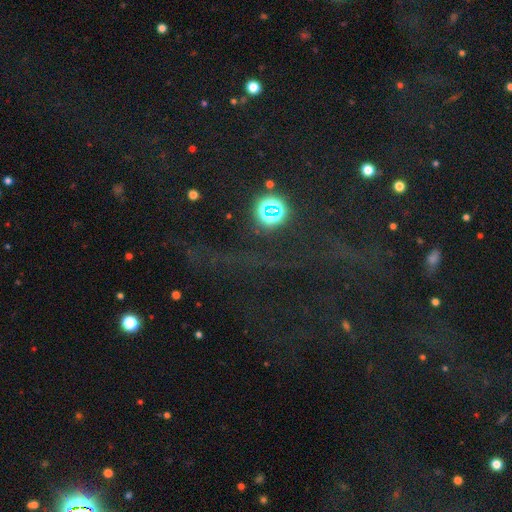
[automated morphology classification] type=star or artifact (71%).